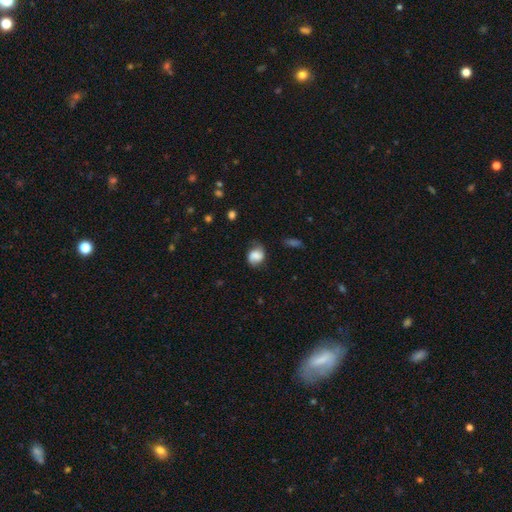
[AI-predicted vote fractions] Smooth or featured: smooth — 62% (featured or disk — 29%)
How rounded: in between — 50% (round — 49%)
Merging: none — 52% (minor disturbance — 32%)